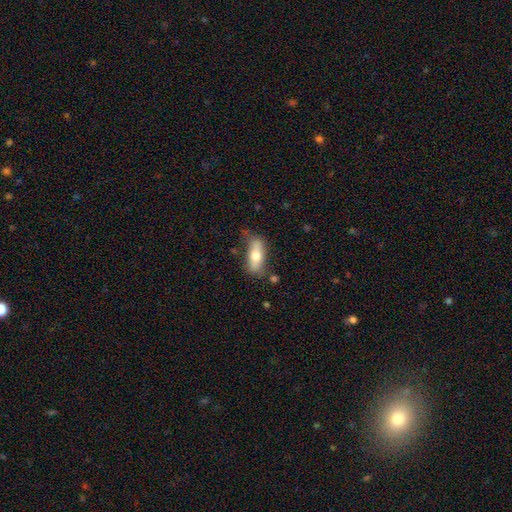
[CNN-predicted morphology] A smooth galaxy with no disk features (65%) that is in between round and cigar-shaped (70%).

Vote fractions:
- Smooth or featured? smooth: 65% / featured or disk: 29% / star or artifact: 6%
- How rounded? in between: 70% / cigar-shaped: 27% / round: 3%
- Merging? none: 67% / minor disturbance: 22% / major disturbance: 6% / merger: 4%